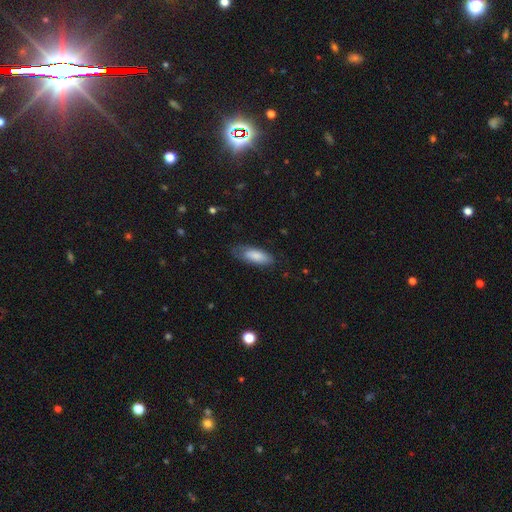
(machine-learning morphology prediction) Smooth or featured? smooth (82%)
How rounded? in between (72%)
Merging? none (67%)